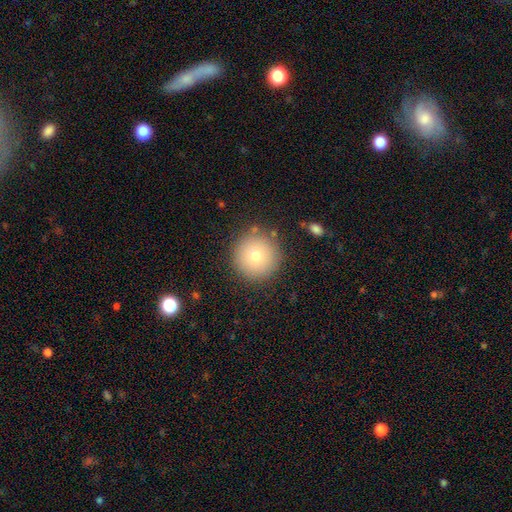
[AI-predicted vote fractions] A smooth galaxy with no disk features (75%) that is round (96%). Merging: none (88%).